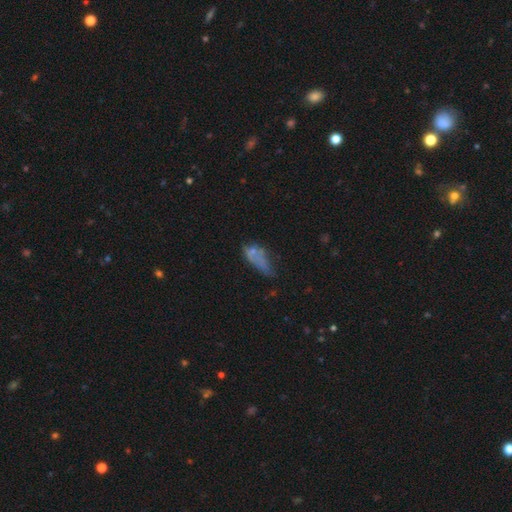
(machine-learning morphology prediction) A smooth galaxy with no disk features (51%) that is in between round and cigar-shaped (71%). Merging: none (32%).